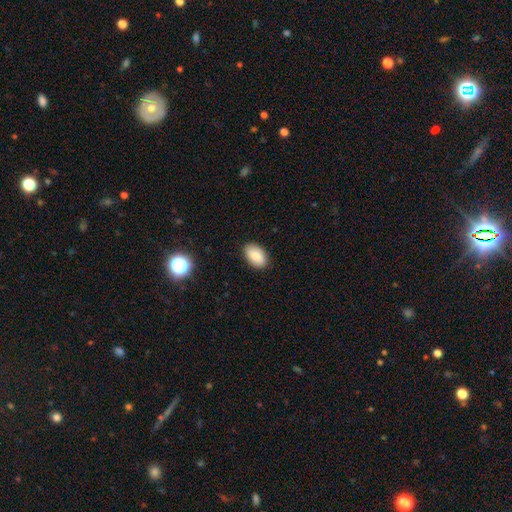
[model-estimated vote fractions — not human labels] The model was most divided on "smooth or featured": smooth: 84%, featured or disk: 9%, star or artifact: 8%. More confident: how rounded — in between (92%); merging — none (88%).